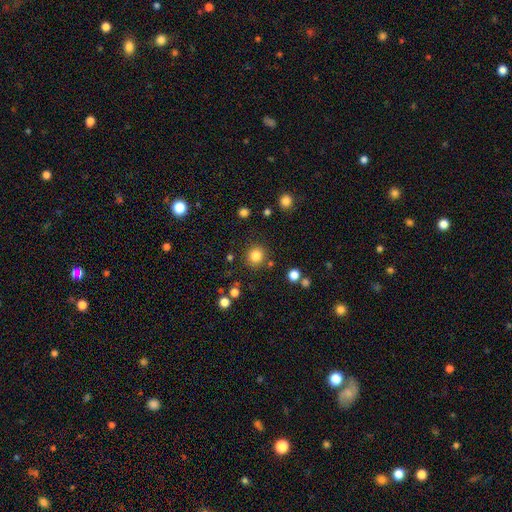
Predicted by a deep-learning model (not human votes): Smooth or featured? Predicted: smooth (p=0.84). How rounded? Predicted: round (p=0.90). Merging? Predicted: none (p=0.86).